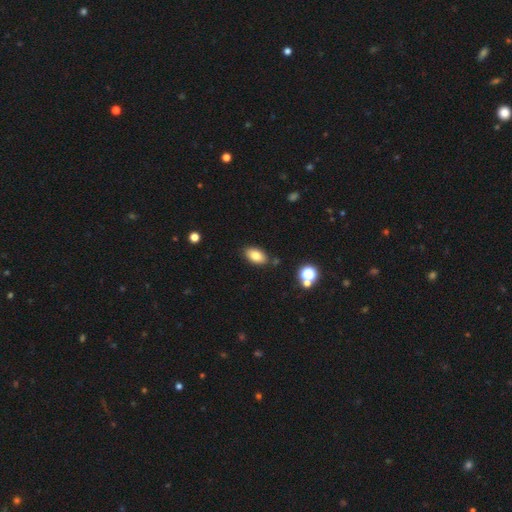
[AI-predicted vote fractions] Smooth or featured: smooth — 81% (featured or disk — 10%)
How rounded: in between — 92% (round — 6%)
Merging: none — 82% (minor disturbance — 11%)